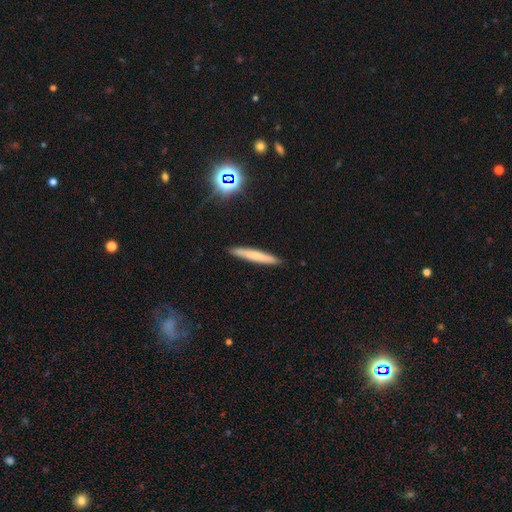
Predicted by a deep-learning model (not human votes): smooth-or-featured: smooth: 66% | featured or disk: 26% | star or artifact: 8%
  how-rounded: cigar-shaped: 94% | in between: 4% | round: 1%
  merging: none: 90% | minor disturbance: 7% | major disturbance: 2% | merger: 1%